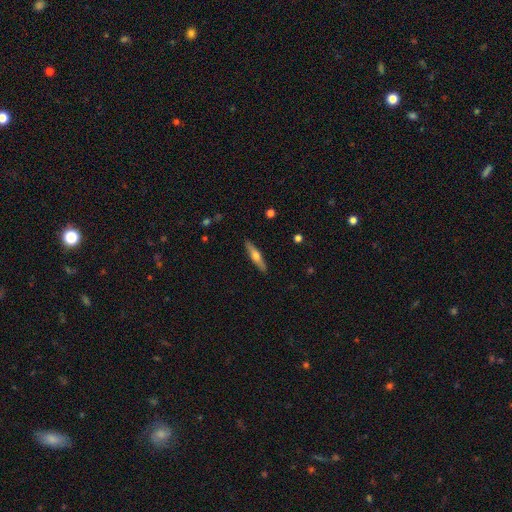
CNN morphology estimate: Smooth or featured? Predicted: featured or disk (p=0.50). Edge-on disk? Predicted: yes (p=0.93). Merging? Predicted: none (p=0.90).